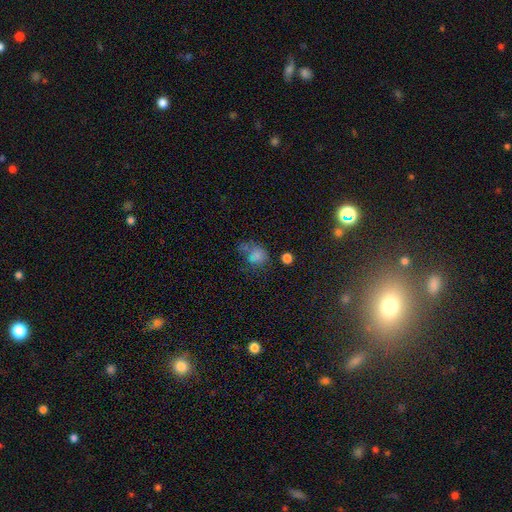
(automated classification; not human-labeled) The model was most divided on "how rounded": round: 54%, in between: 45%, cigar-shaped: 1%. Remaining: smooth or featured — smooth (73%); merging — none (39%).